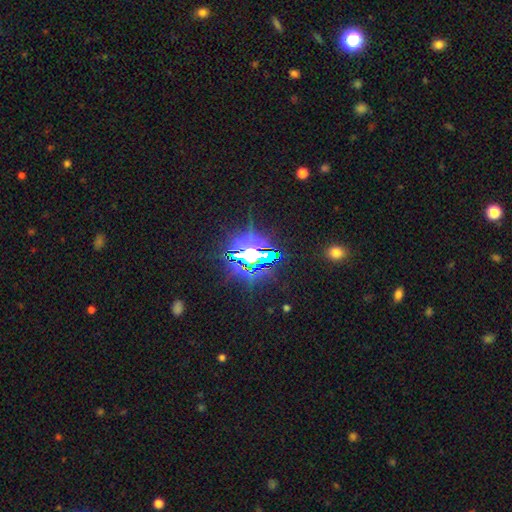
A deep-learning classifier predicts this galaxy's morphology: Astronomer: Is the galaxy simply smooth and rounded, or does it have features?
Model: star or artifact — 77%.